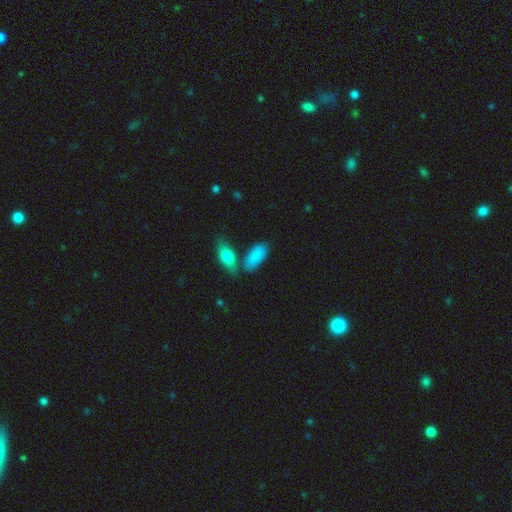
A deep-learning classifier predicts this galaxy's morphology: smooth_or_featured: smooth (p=0.87) [alt: featured or disk p=0.07]
how_rounded: in between (p=0.86) [alt: cigar-shaped p=0.11]
merging: none (p=0.65) [alt: merger p=0.17]